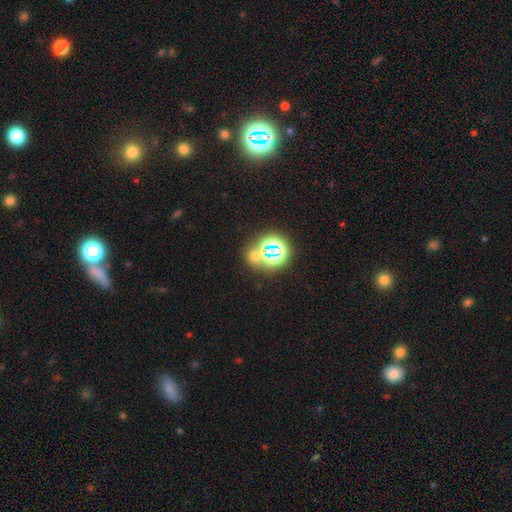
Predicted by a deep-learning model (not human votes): Q: Smooth or featured?
A: star or artifact (51%); runner-up: smooth (41%)